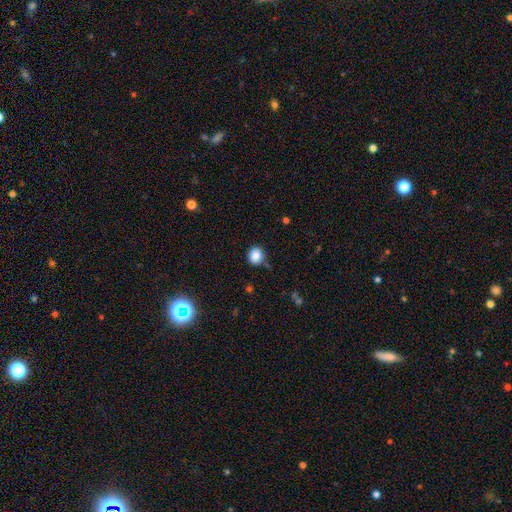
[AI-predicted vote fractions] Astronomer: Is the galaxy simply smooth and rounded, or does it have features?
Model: smooth — 85%.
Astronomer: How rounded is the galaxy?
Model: round — 81%.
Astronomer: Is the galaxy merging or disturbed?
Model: none — 77%.